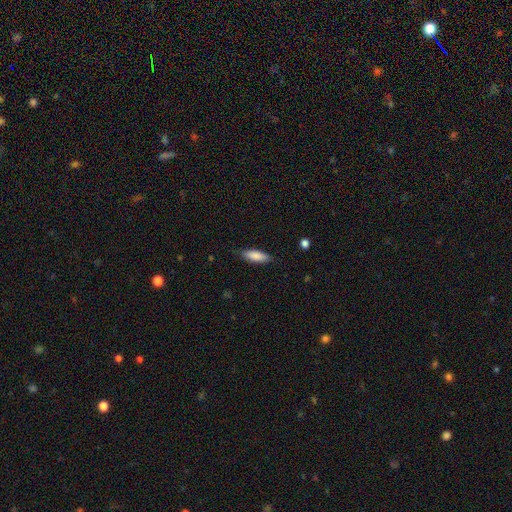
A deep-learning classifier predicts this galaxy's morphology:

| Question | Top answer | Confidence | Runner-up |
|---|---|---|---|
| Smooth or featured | smooth | 84% | featured or disk (10%) |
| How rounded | in between | 55% | cigar-shaped (43%) |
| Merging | none | 84% | minor disturbance (13%) |